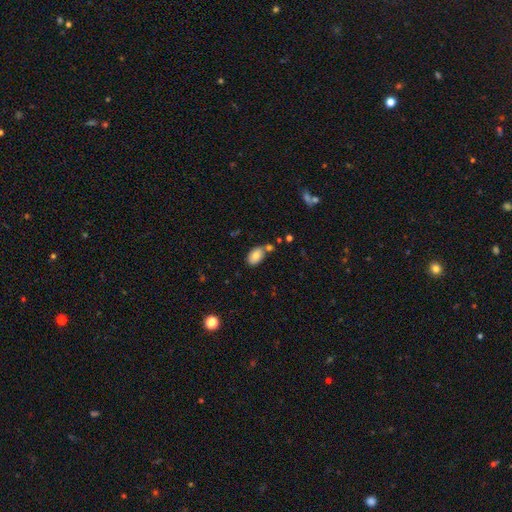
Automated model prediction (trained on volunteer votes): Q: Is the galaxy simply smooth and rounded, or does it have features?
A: smooth — 83%.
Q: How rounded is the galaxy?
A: in between — 92%.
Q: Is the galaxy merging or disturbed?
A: none — 63%.